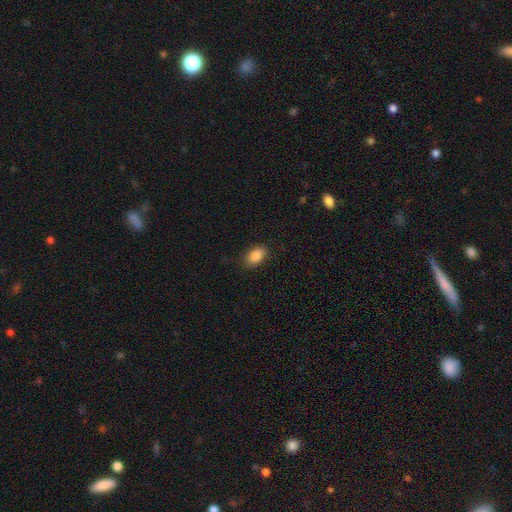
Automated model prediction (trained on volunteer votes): Morphology: type=smooth (87%); roundness=in between (89%); merging=none (86%).